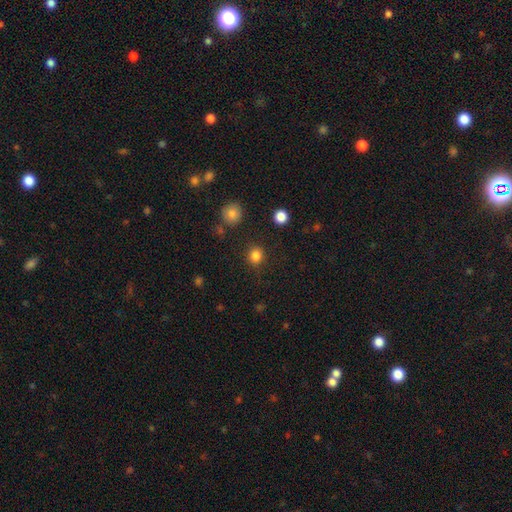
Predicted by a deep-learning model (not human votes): smooth-or-featured: smooth: 83% | star or artifact: 13% | featured or disk: 4%
  how-rounded: round: 86% | in between: 13% | cigar-shaped: 1%
  merging: none: 87% | minor disturbance: 8% | major disturbance: 3% | merger: 2%